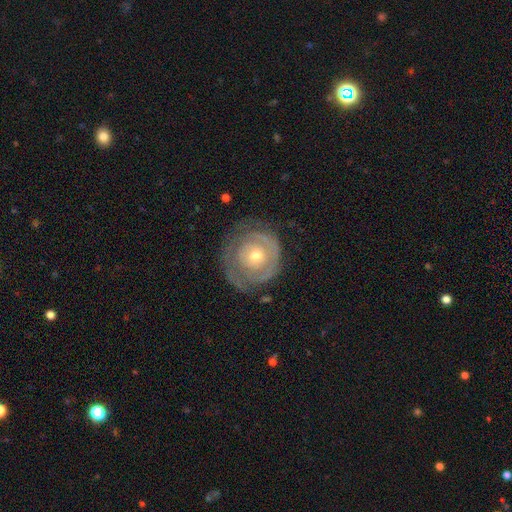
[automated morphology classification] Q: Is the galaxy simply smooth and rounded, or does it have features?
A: featured or disk — 68%.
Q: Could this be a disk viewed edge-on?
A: no — 97%.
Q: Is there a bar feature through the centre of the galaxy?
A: no — 87%.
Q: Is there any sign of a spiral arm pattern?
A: yes — 61%.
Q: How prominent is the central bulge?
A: small — 51%.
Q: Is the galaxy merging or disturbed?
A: none — 66%.